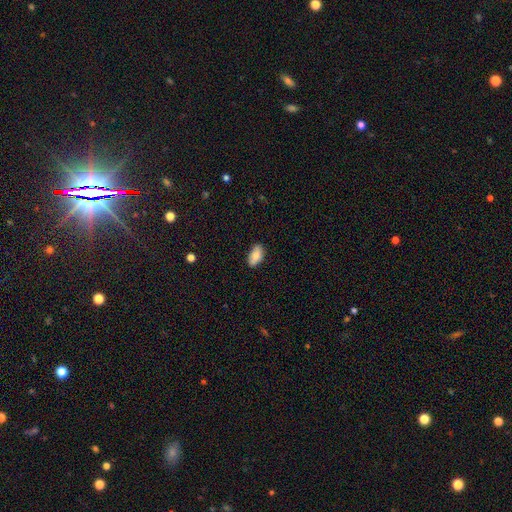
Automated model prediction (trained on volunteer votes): Smooth or featured?
  - smooth: 79% *
  - featured or disk: 14%
  - star or artifact: 7%
How rounded?
  - in between: 92% *
  - cigar-shaped: 5%
  - round: 4%
Merging?
  - none: 84% *
  - minor disturbance: 13%
  - major disturbance: 2%
  - merger: 1%